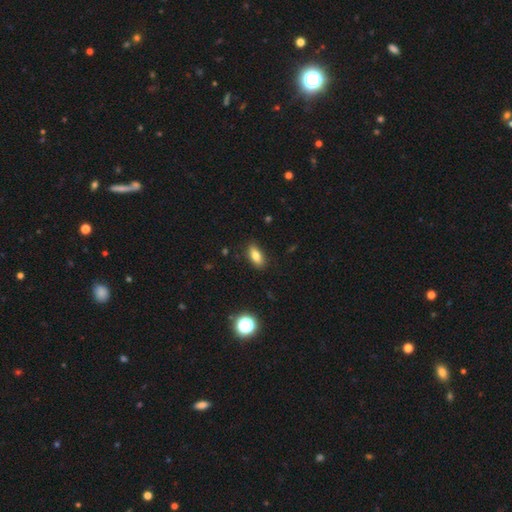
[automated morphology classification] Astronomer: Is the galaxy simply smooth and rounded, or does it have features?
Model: smooth — 80%.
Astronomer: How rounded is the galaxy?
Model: in between — 82%.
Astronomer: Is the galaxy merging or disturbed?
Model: none — 87%.